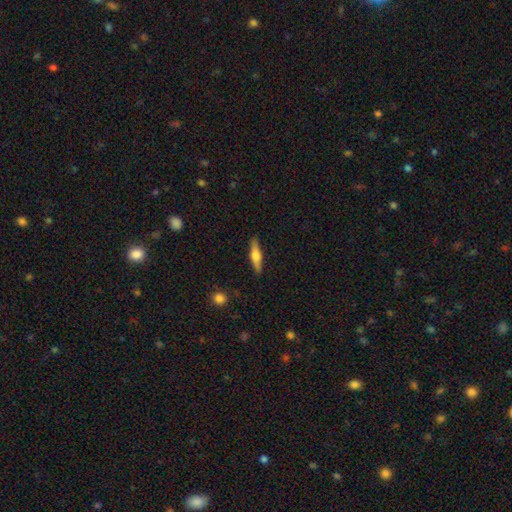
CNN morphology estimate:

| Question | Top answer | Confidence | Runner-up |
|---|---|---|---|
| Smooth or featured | featured or disk | 48% | smooth (46%) |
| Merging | none | 89% | minor disturbance (8%) |